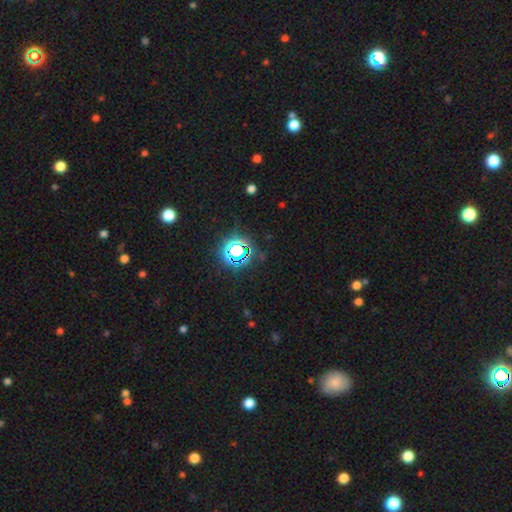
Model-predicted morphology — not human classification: star or artifact 78%, smooth 15%, featured or disk 8%.